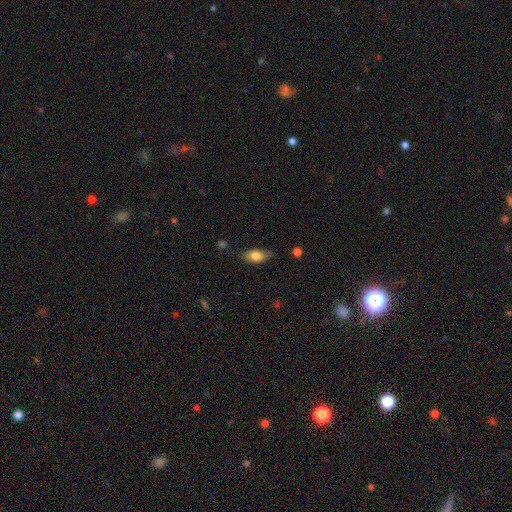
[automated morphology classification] Smooth or featured: smooth — 77% (featured or disk — 16%)
How rounded: in between — 85% (cigar-shaped — 11%)
Merging: none — 73% (minor disturbance — 21%)